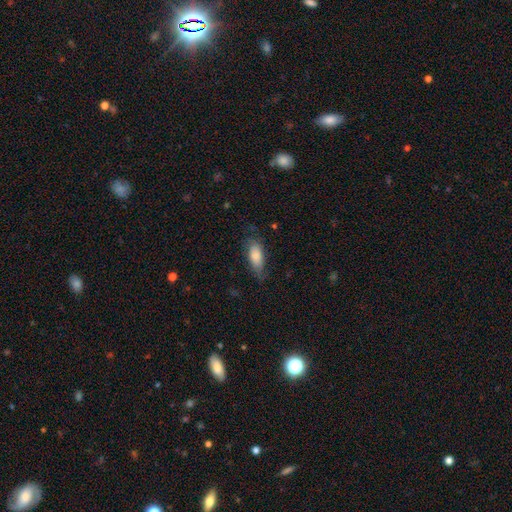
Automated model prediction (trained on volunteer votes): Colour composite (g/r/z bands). It shows a smooth galaxy with no disk features (77%) that is in between round and cigar-shaped (79%). Merging: none (62%).